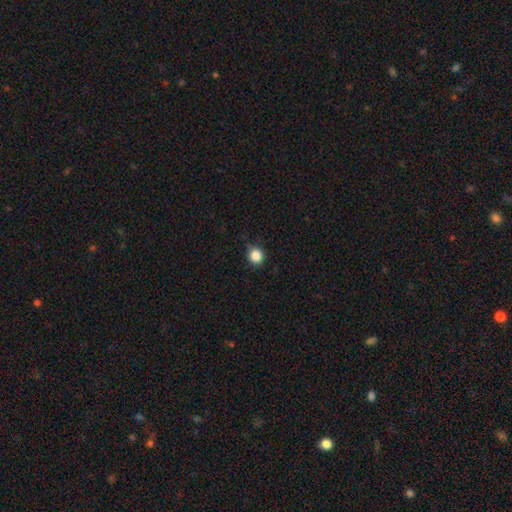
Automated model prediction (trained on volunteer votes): smooth-or-featured: smooth: 85% | star or artifact: 11% | featured or disk: 4%
  how-rounded: round: 89% | in between: 11% | cigar-shaped: 1%
  merging: none: 77% | minor disturbance: 18% | major disturbance: 3% | merger: 1%